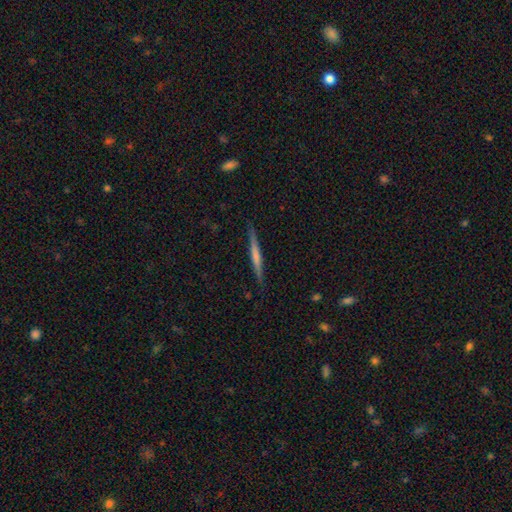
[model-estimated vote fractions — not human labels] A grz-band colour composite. It shows a featured or disk galaxy (48%). Merging: none (89%).